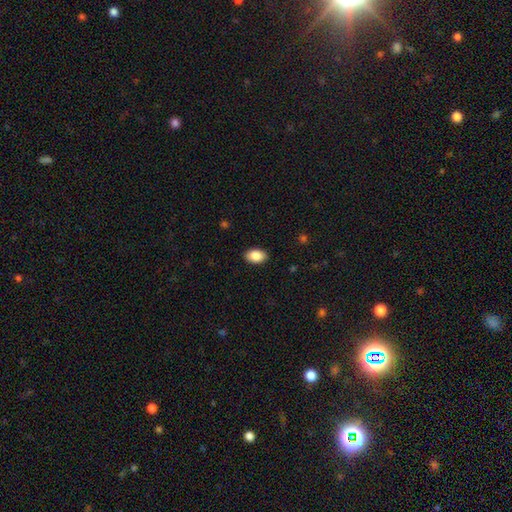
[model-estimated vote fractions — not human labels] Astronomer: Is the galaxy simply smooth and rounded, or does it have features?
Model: smooth — 87%.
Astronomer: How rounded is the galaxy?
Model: in between — 89%.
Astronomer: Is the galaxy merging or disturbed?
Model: none — 89%.